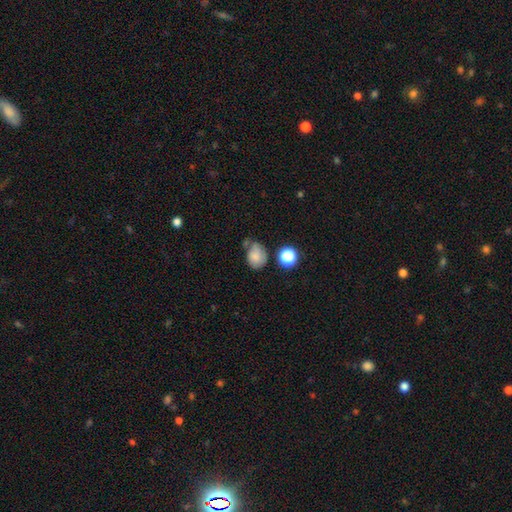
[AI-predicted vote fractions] smooth_or_featured: smooth (p=0.75) [alt: featured or disk p=0.14]
how_rounded: in between (p=0.55) [alt: round p=0.44]
merging: none (p=0.42) [alt: minor disturbance p=0.31]